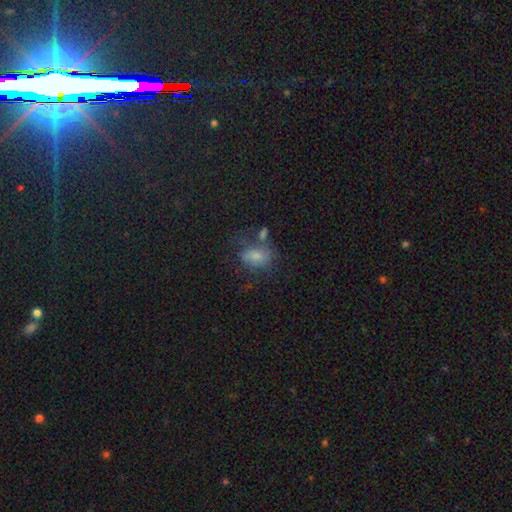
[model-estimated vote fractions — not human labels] This appears to be a smooth galaxy with no disk features (63%) that is in between round and cigar-shaped (80%). Merging: none (51%).